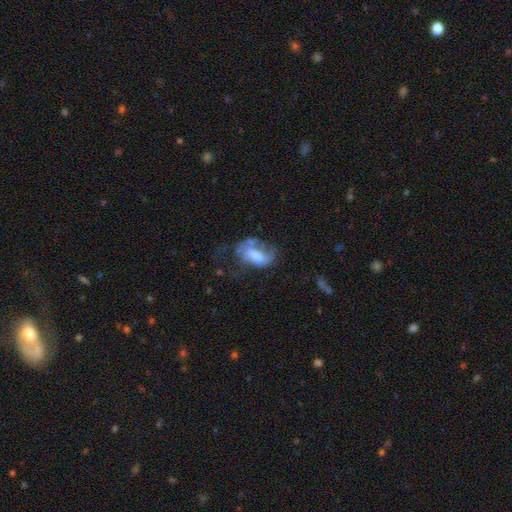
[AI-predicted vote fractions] Smooth or featured? Predicted: smooth (p=0.47). Merging? Predicted: major disturbance (p=0.39).